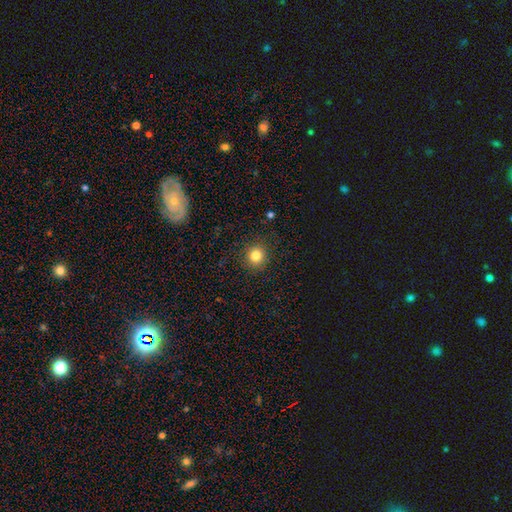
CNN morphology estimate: Smooth or featured: smooth — 82% (star or artifact — 12%)
How rounded: round — 91% (in between — 8%)
Merging: none — 91% (minor disturbance — 6%)